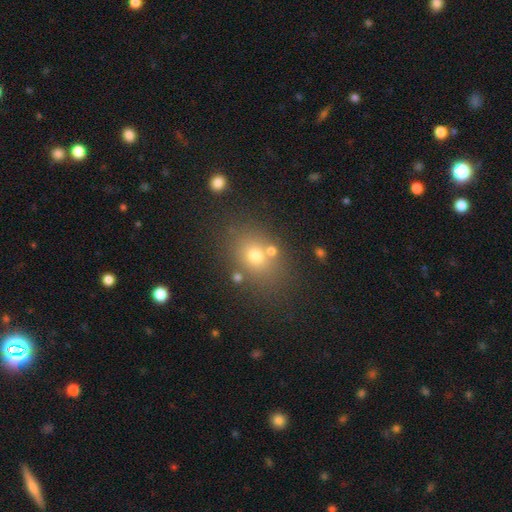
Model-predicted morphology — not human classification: Smooth or featured?
  - smooth: 69% *
  - star or artifact: 17%
  - featured or disk: 15%
How rounded?
  - in between: 56% *
  - round: 42%
  - cigar-shaped: 1%
Merging?
  - none: 73% *
  - minor disturbance: 11%
  - merger: 11%
  - major disturbance: 5%